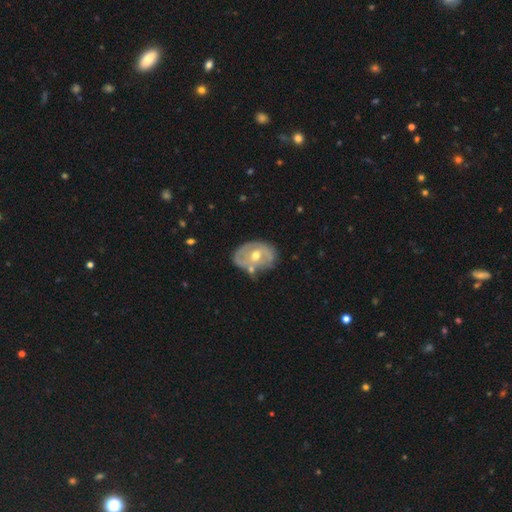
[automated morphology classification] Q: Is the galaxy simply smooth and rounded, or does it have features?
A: featured or disk — 64%.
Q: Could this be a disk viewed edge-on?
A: no — 94%.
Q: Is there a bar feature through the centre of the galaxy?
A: no — 64%.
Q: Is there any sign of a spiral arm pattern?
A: no — 55%.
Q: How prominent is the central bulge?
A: moderate — 78%.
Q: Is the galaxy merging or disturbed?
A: none — 58%.